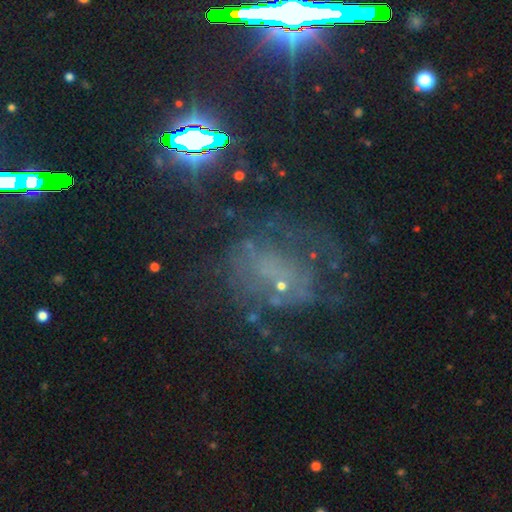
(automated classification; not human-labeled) featured or disk 48%, star or artifact 33%, smooth 20%. Down the decision tree: merging — none (50%).